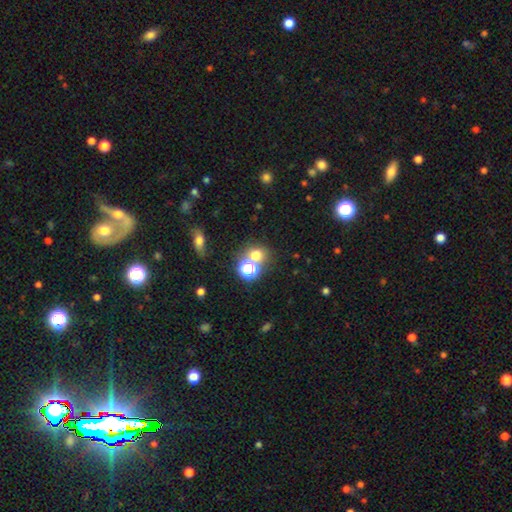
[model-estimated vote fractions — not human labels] Smooth or featured?
  - smooth: 64% *
  - star or artifact: 28%
  - featured or disk: 8%
How rounded?
  - round: 79% *
  - in between: 19%
  - cigar-shaped: 1%
Merging?
  - none: 63% *
  - merger: 24%
  - minor disturbance: 9%
  - major disturbance: 4%